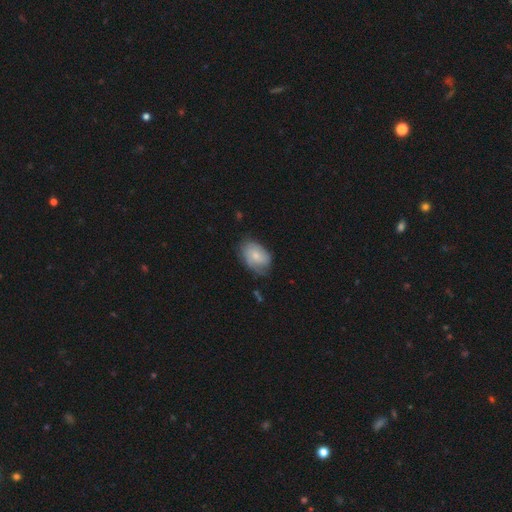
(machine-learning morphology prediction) smooth 60%, featured or disk 33%, star or artifact 7%. Down the decision tree: how rounded — in between (83%); merging — none (58%).